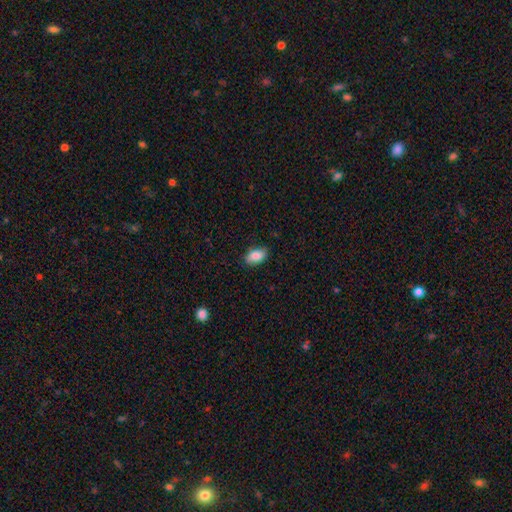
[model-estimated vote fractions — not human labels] Smooth or featured? Predicted: smooth (p=0.86). How rounded? Predicted: in between (p=0.92). Merging? Predicted: none (p=0.84).